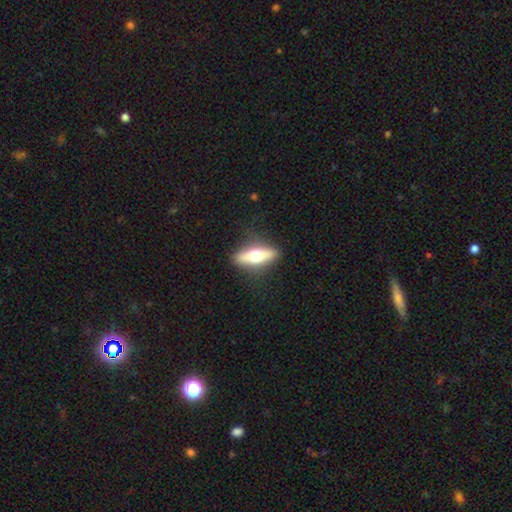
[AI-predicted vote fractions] Smooth or featured? featured or disk (48%)
Merging? none (87%)